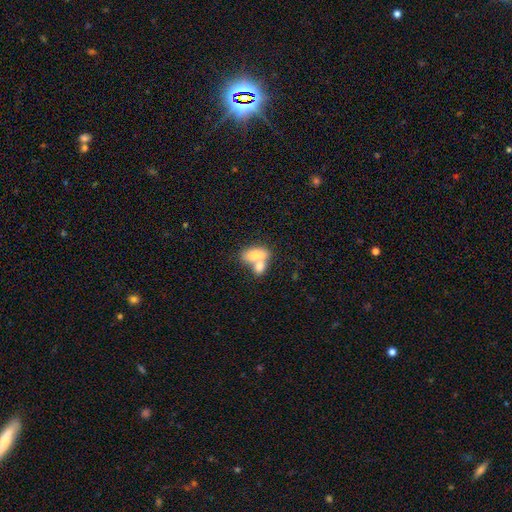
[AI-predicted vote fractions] This appears to be a smooth galaxy with no disk features (74%) that is in between round and cigar-shaped (87%). Merging: merger (62%).